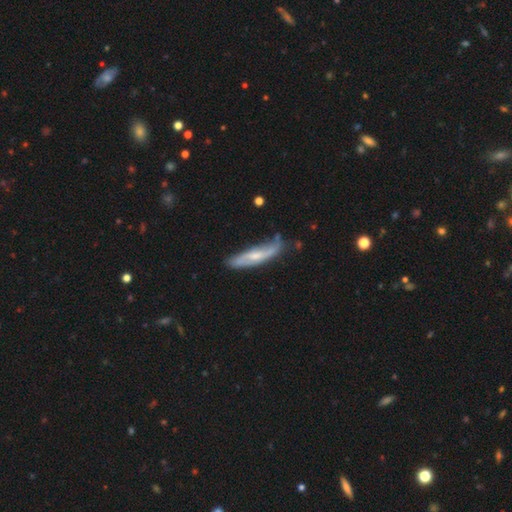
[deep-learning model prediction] This is likely a featured or disk galaxy (61%). It is possibly not viewed edge-on (57%). Merging: likely none (63%).